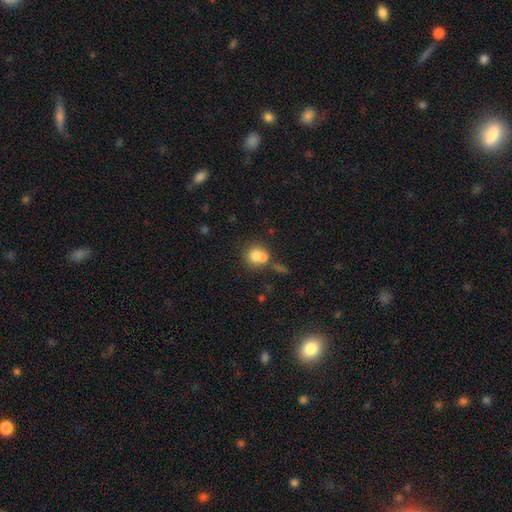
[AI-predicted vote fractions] Morphology: type=smooth (71%); roundness=round (82%); merging=merger (51%).